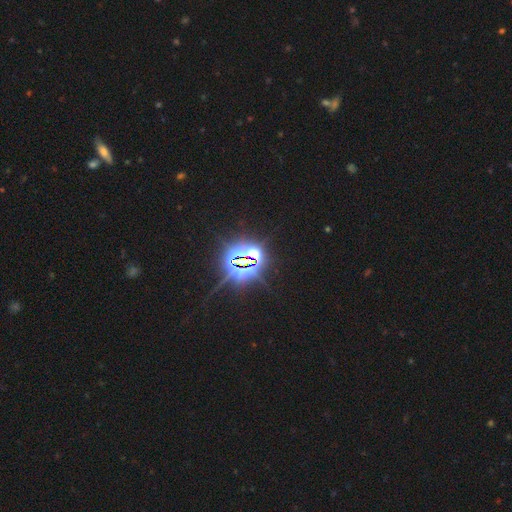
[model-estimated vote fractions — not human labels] A star or artifact, not a galaxy (84%).